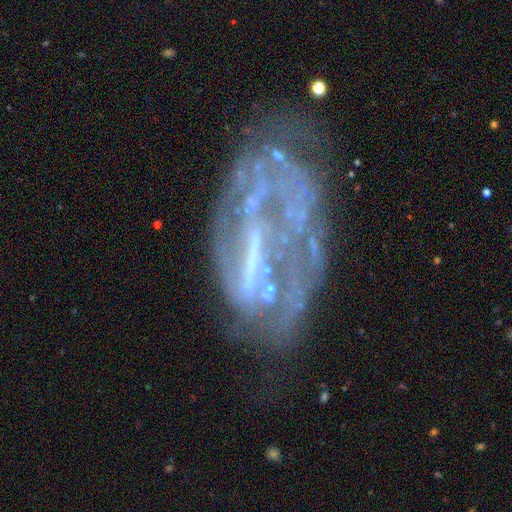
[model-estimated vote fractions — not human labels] smooth_or_featured: featured or disk (p=0.76) [alt: smooth p=0.12]
disk_edge_on: no (p=0.94) [alt: yes p=0.06]
bar: strong (p=0.39) [alt: weak p=0.31]
has_spiral_arms: no (p=0.52) [alt: yes p=0.48]
bulge_size: none (p=0.56) [alt: small p=0.24]
merging: none (p=0.39) [alt: major disturbance p=0.33]